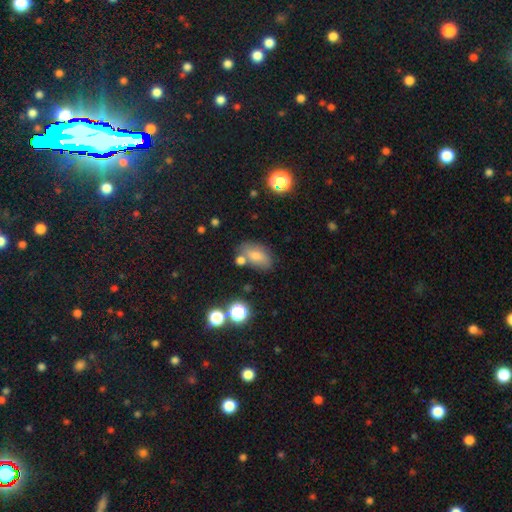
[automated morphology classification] A smooth galaxy with no disk features (76%) that is in between round and cigar-shaped (87%).

Vote fractions:
- Smooth or featured? smooth: 76% / featured or disk: 13% / star or artifact: 11%
- How rounded? in between: 87% / round: 10% / cigar-shaped: 3%
- Merging? none: 62% / minor disturbance: 19% / merger: 13% / major disturbance: 6%